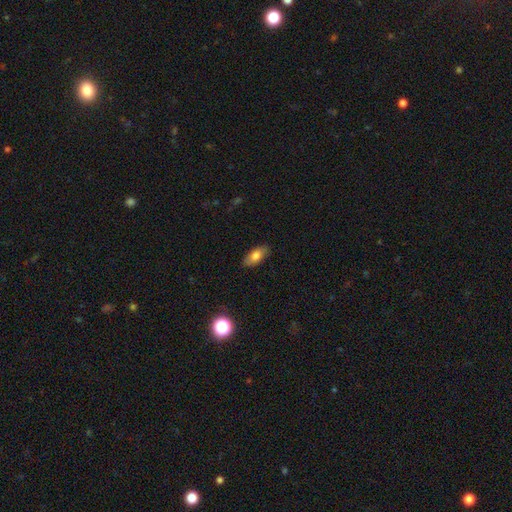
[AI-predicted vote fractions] Smooth or featured: smooth — 76% (featured or disk — 17%)
How rounded: in between — 87% (cigar-shaped — 9%)
Merging: none — 86% (minor disturbance — 11%)